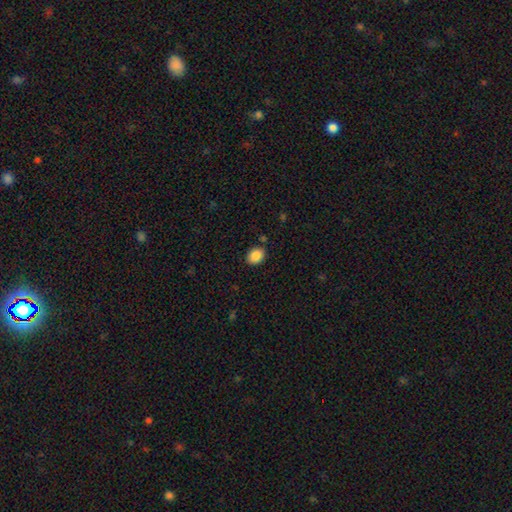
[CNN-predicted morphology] Smooth or featured? smooth (88%)
How rounded? in between (56%)
Merging? none (85%)